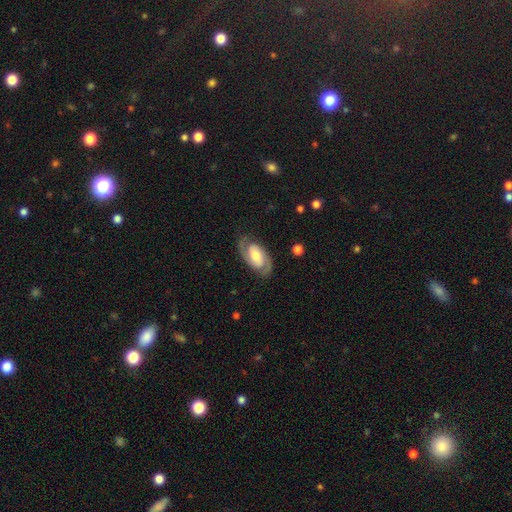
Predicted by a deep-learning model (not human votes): Smooth or featured? Predicted: featured or disk (p=0.85). Edge-on disk? Predicted: no (p=0.96). Bar? Predicted: weak (p=0.41). Spiral arms? Predicted: yes (p=0.96). Spiral winding? Predicted: medium (p=0.46). Spiral arm count? Predicted: 2 (p=0.92). Bulge size? Predicted: moderate (p=0.56). Merging? Predicted: none (p=0.83).